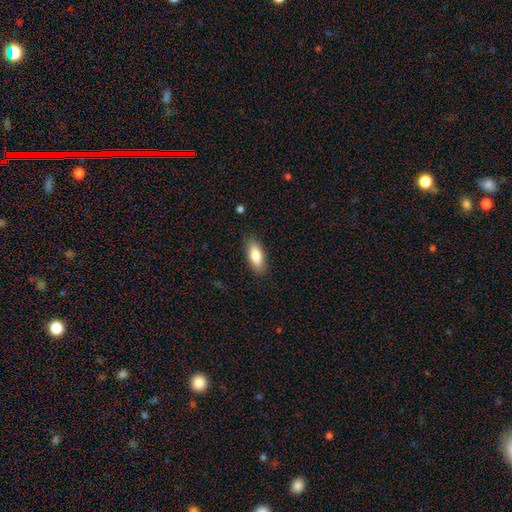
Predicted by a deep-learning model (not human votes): Smooth or featured?
  - smooth: 82% *
  - featured or disk: 12%
  - star or artifact: 6%
How rounded?
  - in between: 80% *
  - cigar-shaped: 17%
  - round: 2%
Merging?
  - none: 87% *
  - minor disturbance: 9%
  - major disturbance: 2%
  - merger: 1%